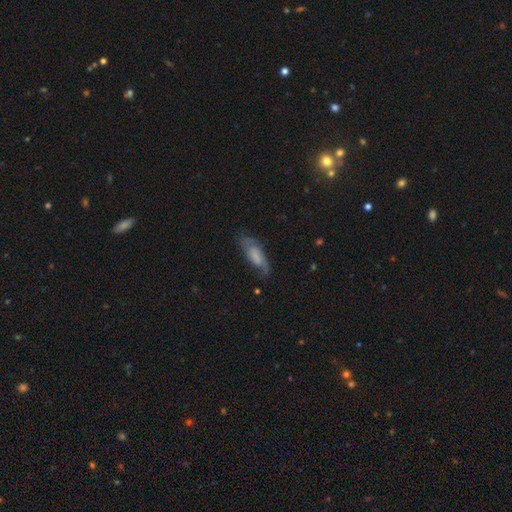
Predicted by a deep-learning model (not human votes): Overall: featured or disk (55%; smooth 36%). Edge-on disk: no (86%). Merging: none (60%; minor disturbance 24%).